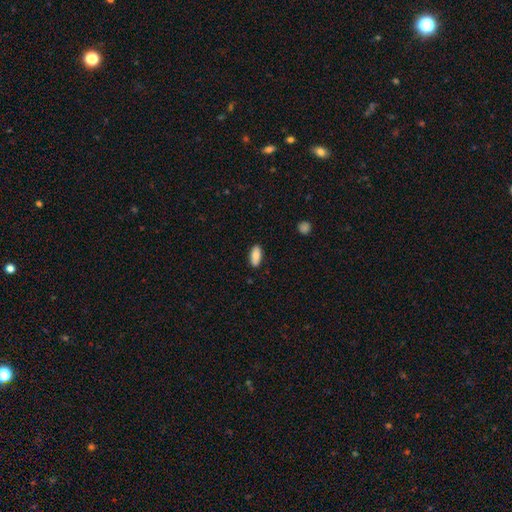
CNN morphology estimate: This is clearly a smooth galaxy (84%). How rounded: clearly in between (88%). Merging: clearly none (88%).